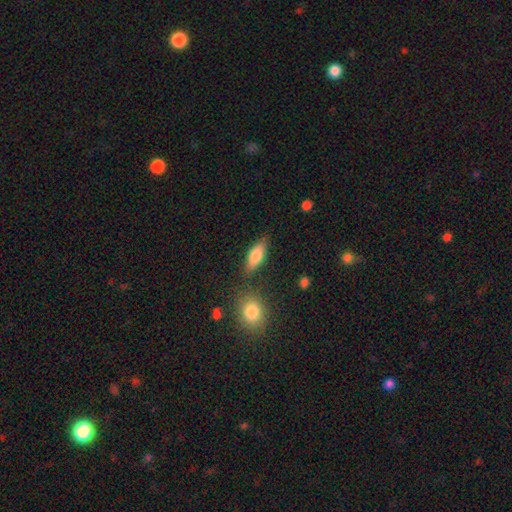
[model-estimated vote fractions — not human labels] Q: Smooth or featured?
A: smooth (79%); runner-up: featured or disk (14%)
Q: How rounded?
A: in between (75%); runner-up: cigar-shaped (21%)
Q: Merging?
A: none (77%); runner-up: minor disturbance (13%)